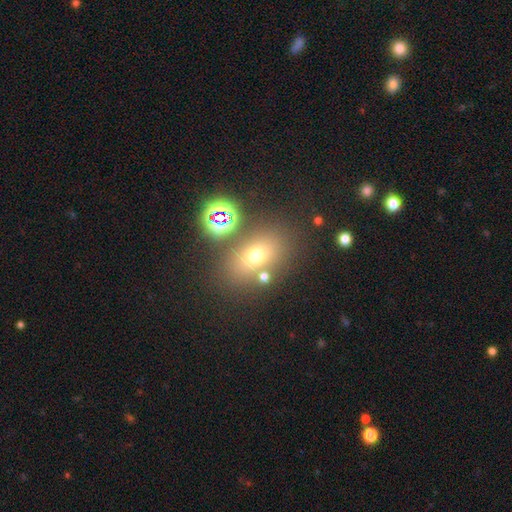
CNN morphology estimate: Smooth or featured?
  - smooth: 62% *
  - star or artifact: 22%
  - featured or disk: 16%
How rounded?
  - in between: 70% *
  - round: 27%
  - cigar-shaped: 2%
Merging?
  - none: 71% *
  - minor disturbance: 12%
  - merger: 11%
  - major disturbance: 6%